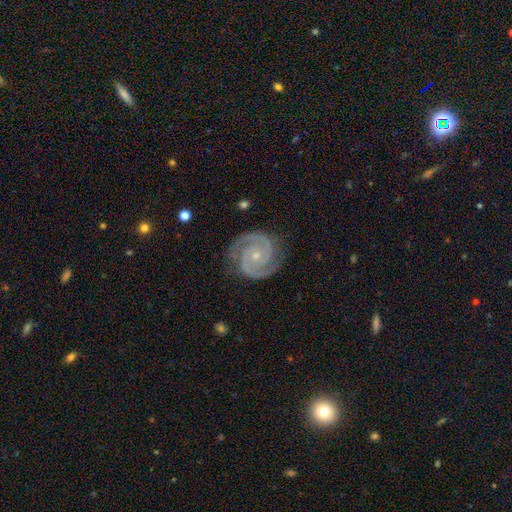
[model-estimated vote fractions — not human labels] A featured or disk galaxy (93%) with no bar (72%), 2 (93%) tight (64%) spiral arms (99%) and a small central bulge (73%). Merging: none (85%).